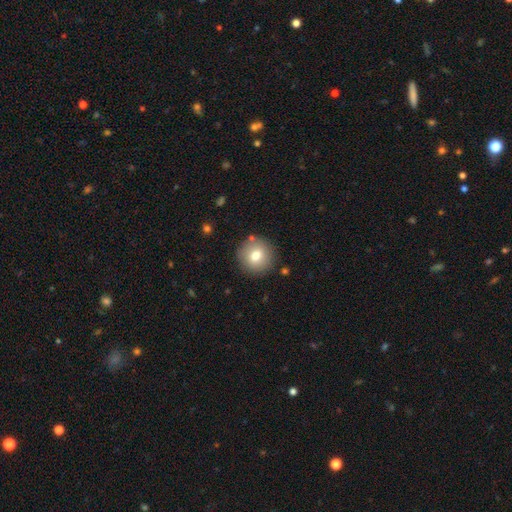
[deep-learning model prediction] A smooth galaxy with no disk features (76%) that is round (94%).

Vote fractions:
- Smooth or featured? smooth: 76% / featured or disk: 14% / star or artifact: 10%
- How rounded? round: 94% / in between: 5% / cigar-shaped: 1%
- Merging? none: 87% / minor disturbance: 8% / merger: 3% / major disturbance: 2%